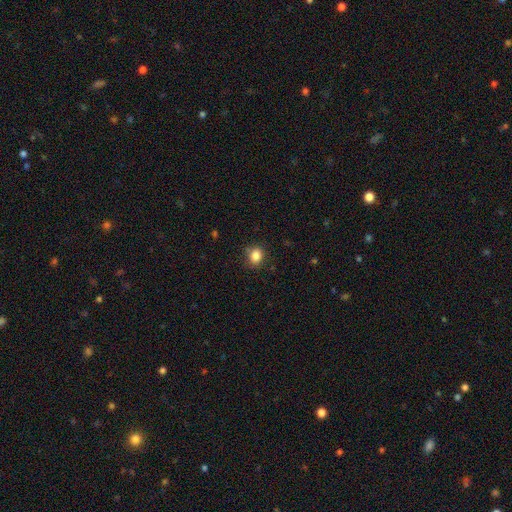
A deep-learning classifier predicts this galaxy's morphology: smooth 85%, star or artifact 10%, featured or disk 5%. Down the decision tree: how rounded — round (56%); merging — none (80%).